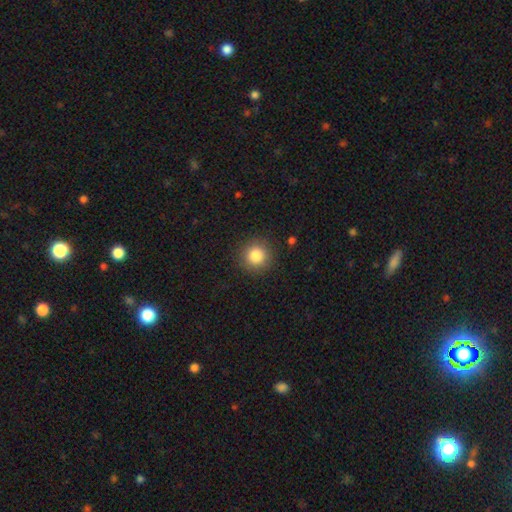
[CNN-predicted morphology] Smooth or featured? Predicted: smooth (p=0.84). How rounded? Predicted: round (p=0.94). Merging? Predicted: none (p=0.90).